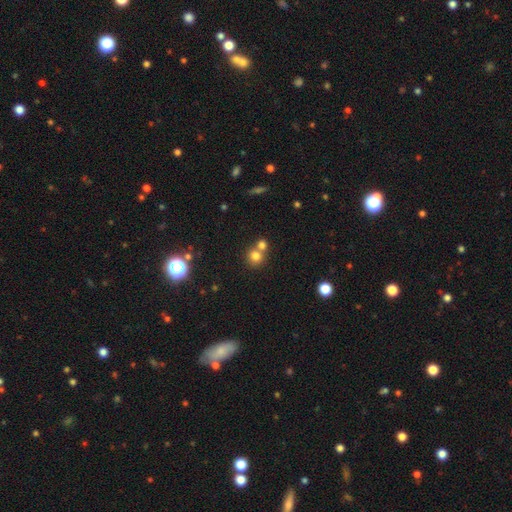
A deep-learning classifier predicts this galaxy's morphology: Overall: smooth (76%). How rounded: round (85%). Merging: none (47%; merger 44%).